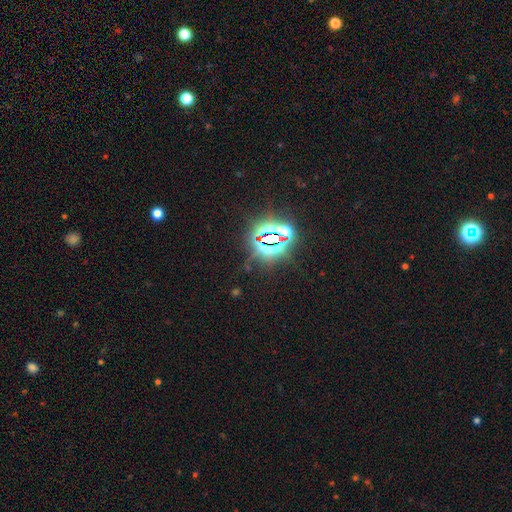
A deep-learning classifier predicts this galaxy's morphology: star or artifact 82%, smooth 11%, featured or disk 7%.